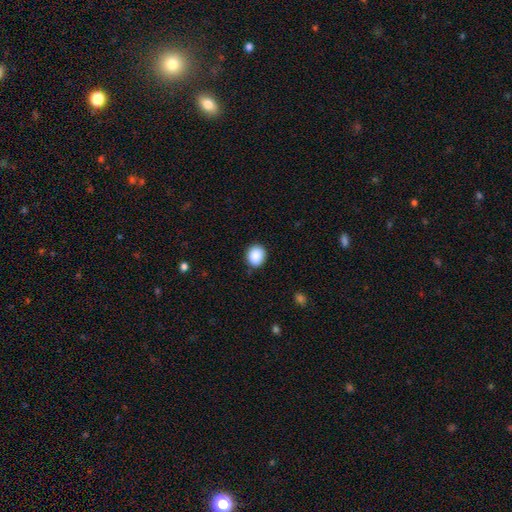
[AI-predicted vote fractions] smooth_or_featured: smooth (p=0.89) [alt: star or artifact p=0.08]
how_rounded: round (p=0.69) [alt: in between p=0.30]
merging: none (p=0.88) [alt: minor disturbance p=0.09]